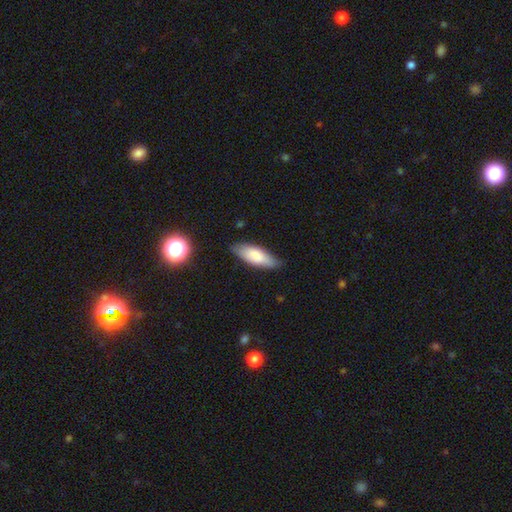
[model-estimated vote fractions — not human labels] Q: Smooth or featured?
A: smooth (79%); runner-up: featured or disk (14%)
Q: How rounded?
A: in between (66%); runner-up: cigar-shaped (32%)
Q: Merging?
A: none (78%); runner-up: minor disturbance (18%)